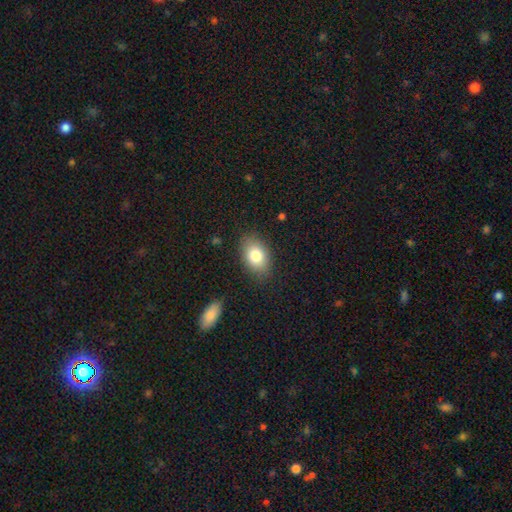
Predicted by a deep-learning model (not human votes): A smooth galaxy with no disk features (81%) that is in between round and cigar-shaped (85%).

Vote fractions:
- Smooth or featured? smooth: 81% / featured or disk: 11% / star or artifact: 8%
- How rounded? in between: 85% / round: 14% / cigar-shaped: 1%
- Merging? none: 84% / minor disturbance: 11% / major disturbance: 3% / merger: 1%